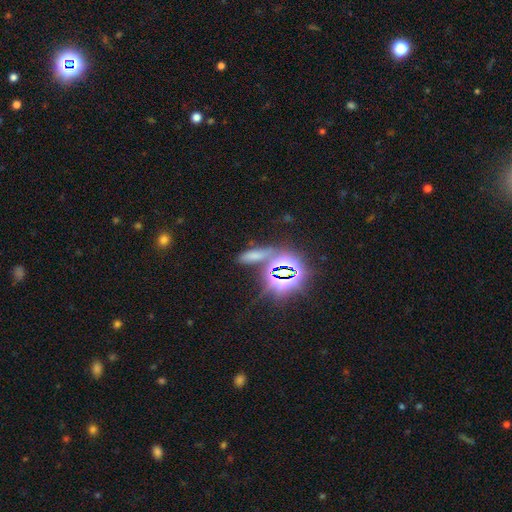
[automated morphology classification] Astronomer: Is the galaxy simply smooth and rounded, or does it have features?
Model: smooth — 48% (runner-up: star or artifact, 43%).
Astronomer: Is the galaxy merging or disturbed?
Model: none — 68%.